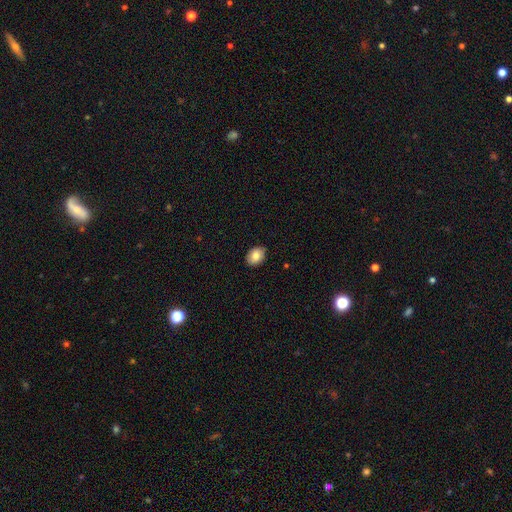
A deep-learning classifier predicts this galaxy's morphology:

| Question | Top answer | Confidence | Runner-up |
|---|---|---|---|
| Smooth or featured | smooth | 83% | featured or disk (9%) |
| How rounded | in between | 73% | round (26%) |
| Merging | none | 87% | minor disturbance (11%) |